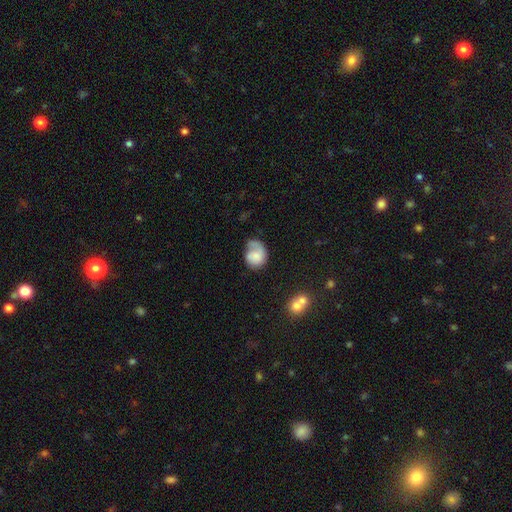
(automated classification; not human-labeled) Smooth or featured? Predicted: smooth (p=0.58). How rounded? Predicted: round (p=0.50). Merging? Predicted: none (p=0.35).